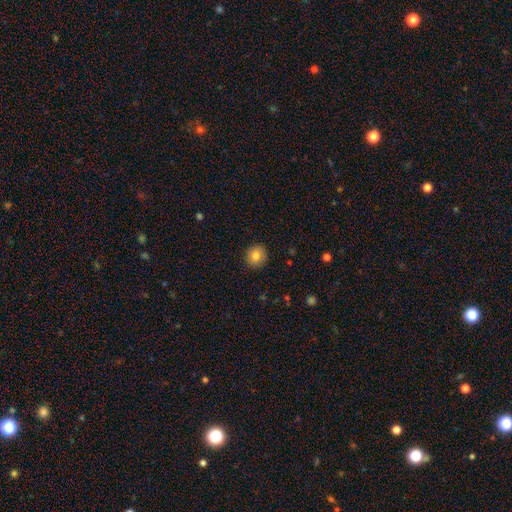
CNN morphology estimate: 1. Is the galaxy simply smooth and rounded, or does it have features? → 83% smooth, 10% star or artifact, 7% featured or disk.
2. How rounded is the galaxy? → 89% round, 10% in between, 1% cigar-shaped.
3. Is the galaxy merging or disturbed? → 91% none, 6% minor disturbance, 2% major disturbance, 1% merger.